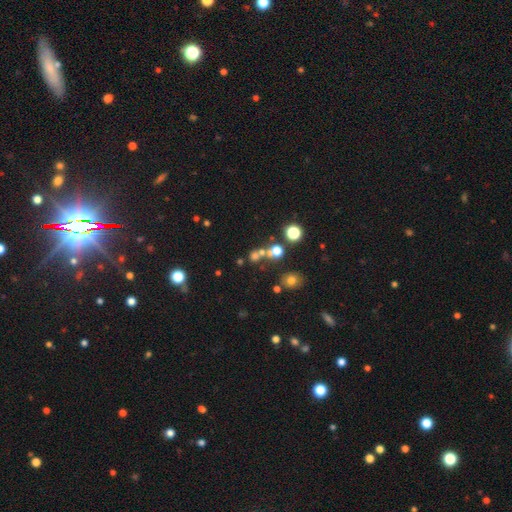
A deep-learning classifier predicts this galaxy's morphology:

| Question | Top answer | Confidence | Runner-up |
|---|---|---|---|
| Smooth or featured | smooth | 47% | star or artifact (39%) |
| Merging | none | 53% | merger (32%) |